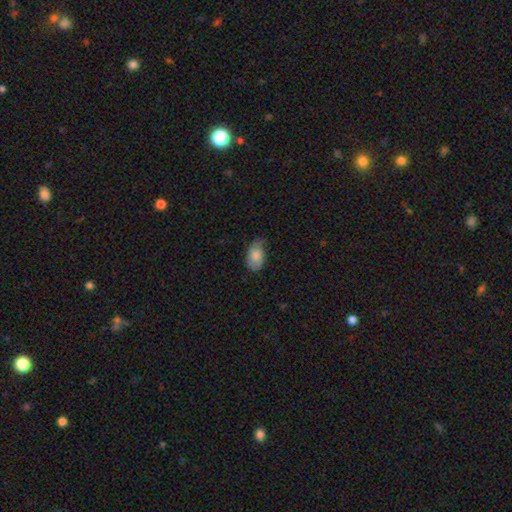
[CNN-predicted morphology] Smooth or featured? Predicted: smooth (p=0.76). How rounded? Predicted: in between (p=0.92). Merging? Predicted: none (p=0.51).